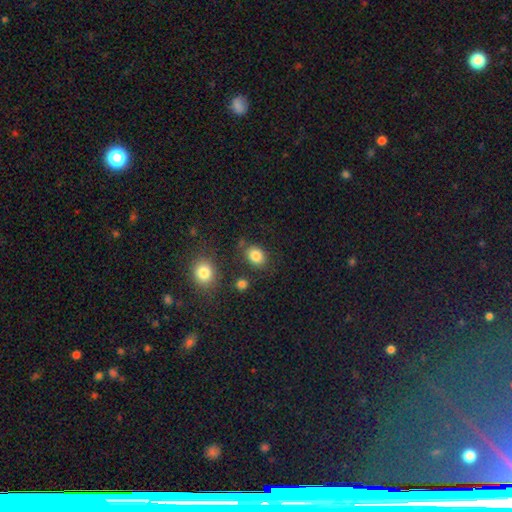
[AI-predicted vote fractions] Smooth or featured?
  - smooth: 84% *
  - star or artifact: 10%
  - featured or disk: 6%
How rounded?
  - in between: 56% *
  - round: 43%
  - cigar-shaped: 1%
Merging?
  - none: 77% *
  - minor disturbance: 13%
  - merger: 6%
  - major disturbance: 4%